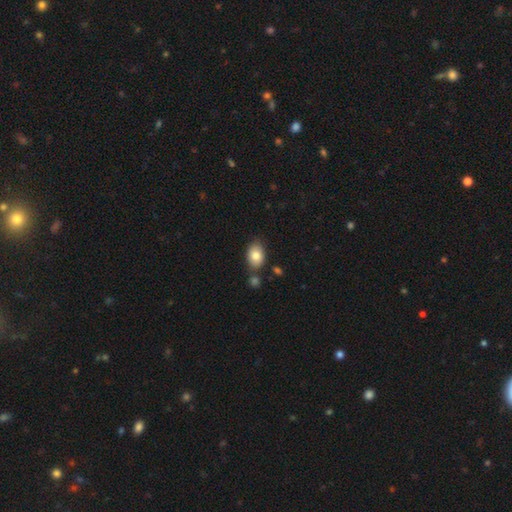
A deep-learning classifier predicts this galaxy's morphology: A smooth galaxy with no disk features (83%) that is in between round and cigar-shaped (83%). Merging: none (72%).